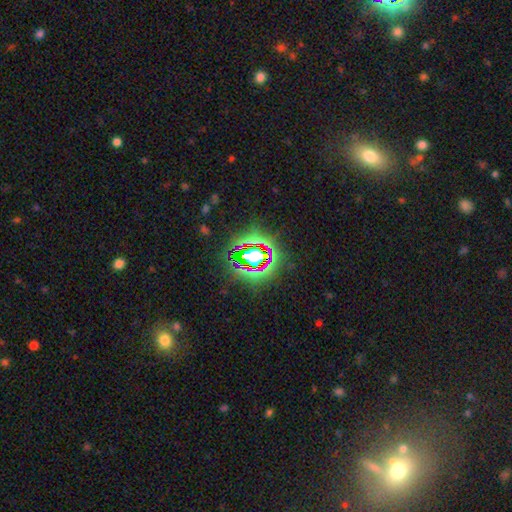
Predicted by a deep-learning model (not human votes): star or artifact 69%, smooth 20%, featured or disk 12%.